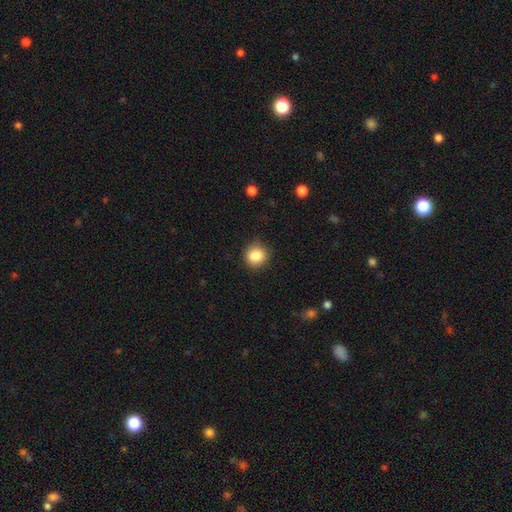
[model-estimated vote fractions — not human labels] smooth_or_featured: smooth (p=0.86) [alt: star or artifact p=0.10]
how_rounded: round (p=0.85) [alt: in between p=0.14]
merging: none (p=0.86) [alt: minor disturbance p=0.10]